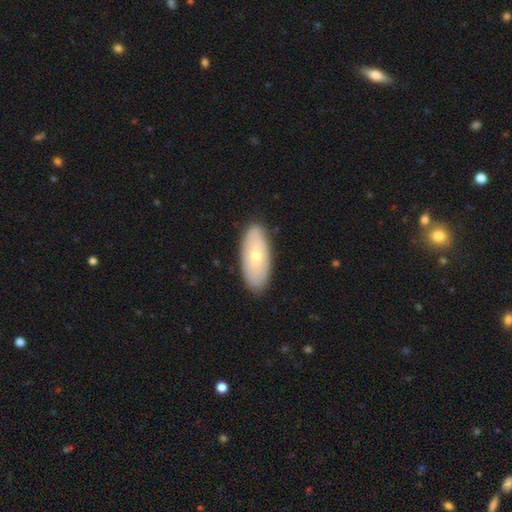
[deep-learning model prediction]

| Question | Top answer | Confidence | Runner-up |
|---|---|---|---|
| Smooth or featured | smooth | 54% | featured or disk (41%) |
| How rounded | in between | 84% | cigar-shaped (13%) |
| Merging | none | 86% | minor disturbance (11%) |